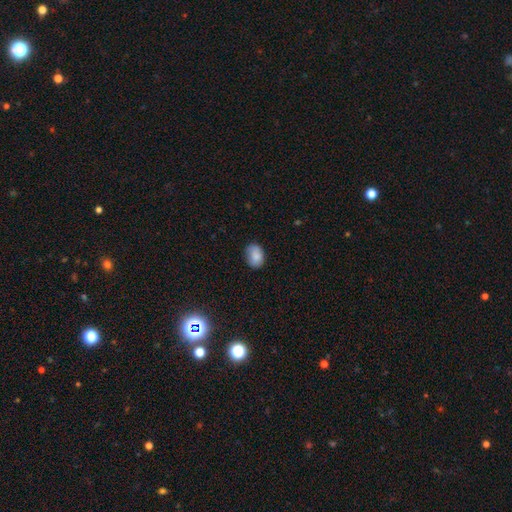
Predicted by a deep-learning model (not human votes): Smooth or featured?
  - smooth: 83% *
  - featured or disk: 9%
  - star or artifact: 8%
How rounded?
  - in between: 71% *
  - round: 28%
  - cigar-shaped: 1%
Merging?
  - none: 68% *
  - minor disturbance: 25%
  - major disturbance: 5%
  - merger: 2%